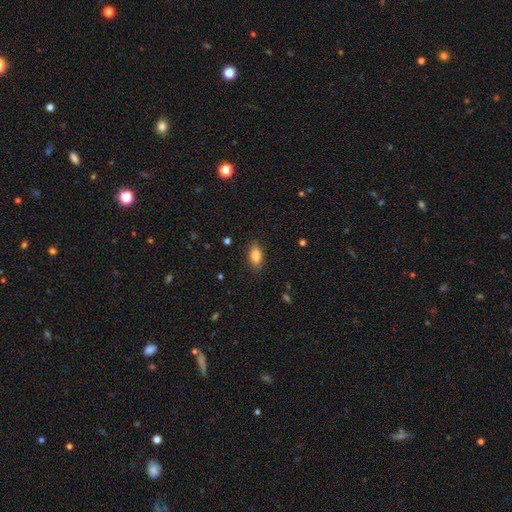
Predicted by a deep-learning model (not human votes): This appears to be a smooth galaxy with no disk features (82%) that is in between round and cigar-shaped (86%). Merging: none (85%).